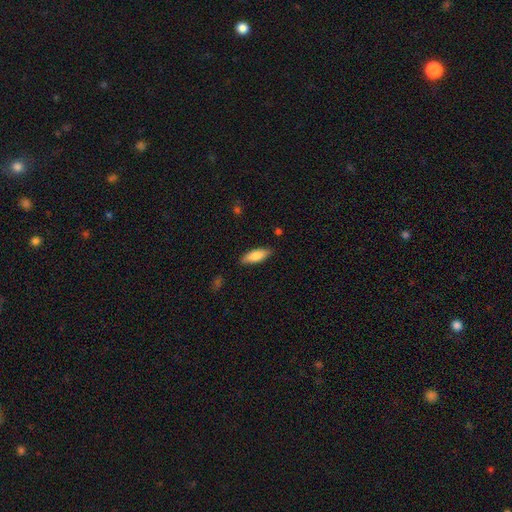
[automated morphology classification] Smooth or featured? smooth (81%)
How rounded? in between (70%)
Merging? none (85%)